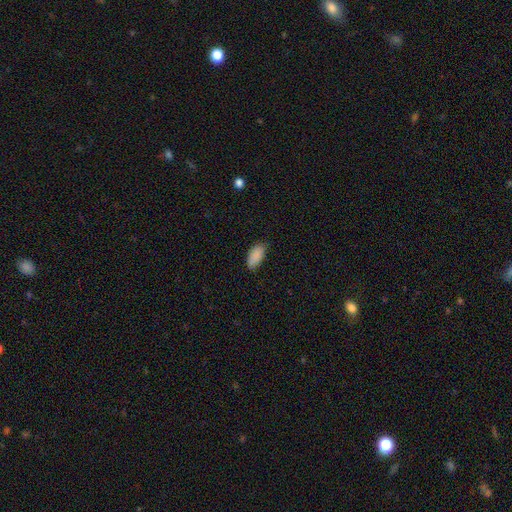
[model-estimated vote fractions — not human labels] smooth_or_featured: smooth (p=0.89) [alt: star or artifact p=0.07]
how_rounded: in between (p=0.92) [alt: cigar-shaped p=0.05]
merging: none (p=0.75) [alt: minor disturbance p=0.20]